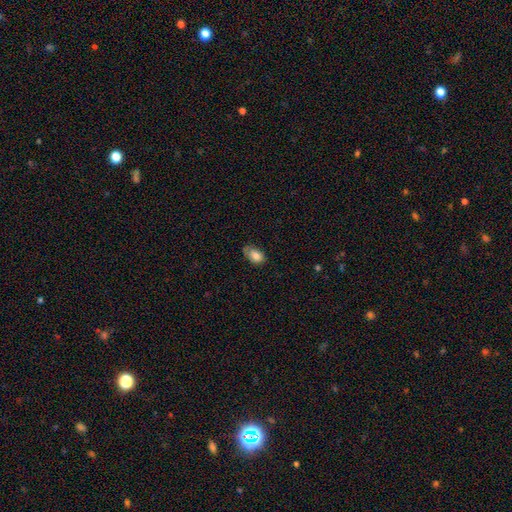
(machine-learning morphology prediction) This appears to be a smooth galaxy with no disk features (80%) that is in between round and cigar-shaped (89%). Merging: none (49%).